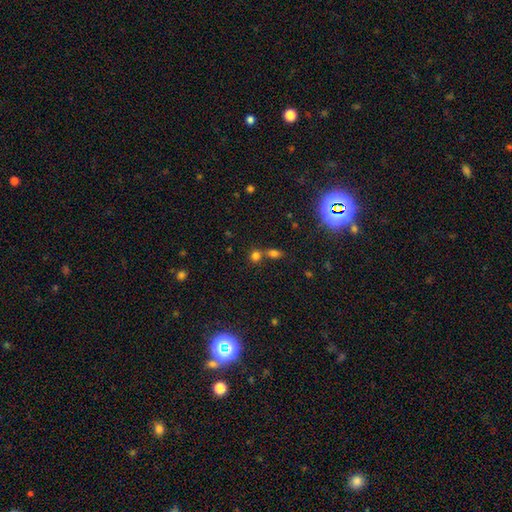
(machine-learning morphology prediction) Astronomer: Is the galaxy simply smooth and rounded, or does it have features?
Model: smooth — 73%.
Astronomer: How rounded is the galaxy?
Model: round — 72%.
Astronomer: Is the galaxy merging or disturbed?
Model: none — 47% (runner-up: merger, 43%).